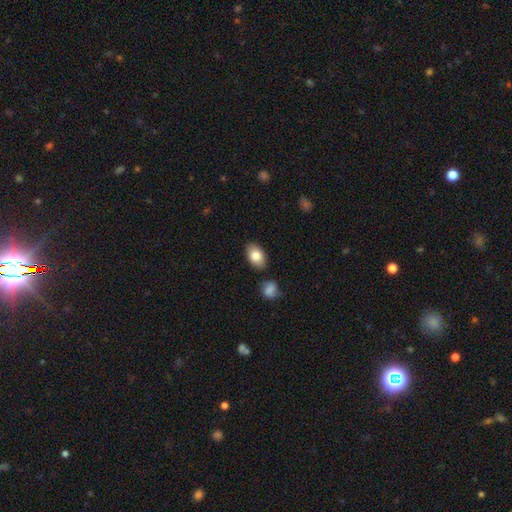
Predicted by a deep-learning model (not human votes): Smooth or featured? smooth (83%)
How rounded? in between (89%)
Merging? none (83%)